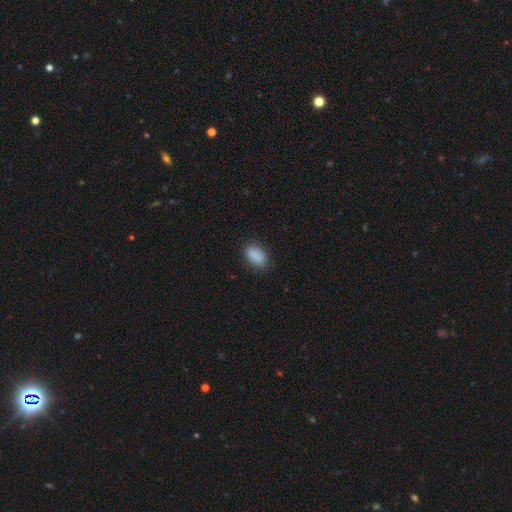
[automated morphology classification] This appears to be a smooth galaxy with no disk features (88%) that is in between round and cigar-shaped (88%). Merging: none (81%).